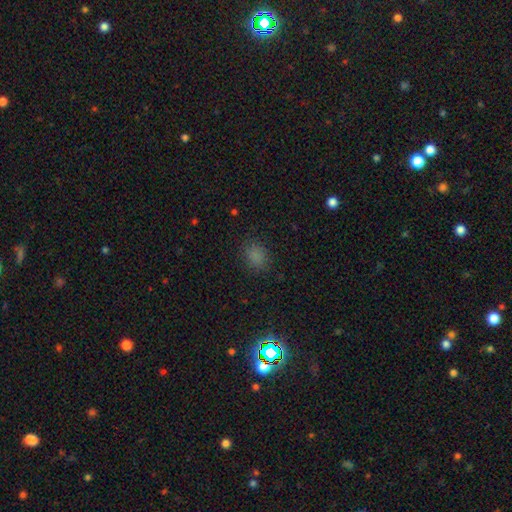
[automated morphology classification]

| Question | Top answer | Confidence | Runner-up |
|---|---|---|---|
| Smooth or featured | smooth | 78% | star or artifact (18%) |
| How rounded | in between | 50% | round (49%) |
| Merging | none | 83% | minor disturbance (12%) |